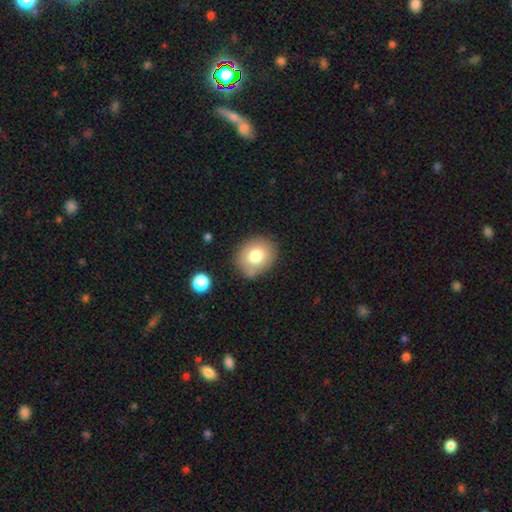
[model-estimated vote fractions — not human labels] Smooth or featured: smooth — 78% (featured or disk — 13%)
How rounded: round — 59% (in between — 40%)
Merging: none — 76% (minor disturbance — 16%)